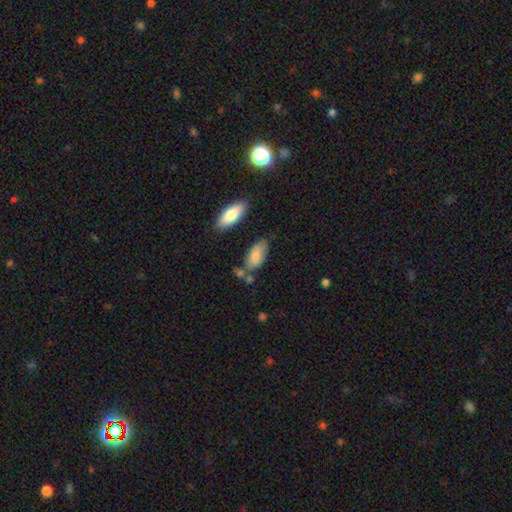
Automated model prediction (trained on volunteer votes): Overall: smooth (82%). How rounded: in between (89%). Merging: none (53%; minor disturbance 27%).